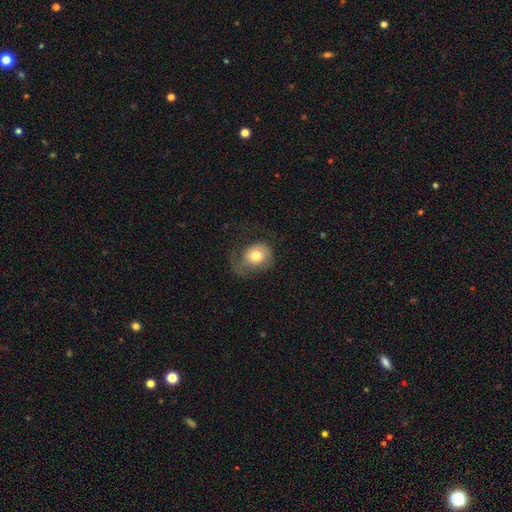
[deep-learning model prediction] smooth_or_featured: smooth (p=0.70) [alt: featured or disk p=0.22]
how_rounded: round (p=0.66) [alt: in between p=0.34]
merging: none (p=0.37) [alt: major disturbance p=0.33]